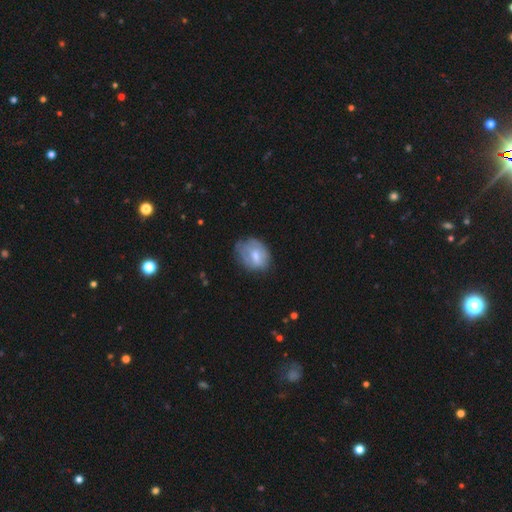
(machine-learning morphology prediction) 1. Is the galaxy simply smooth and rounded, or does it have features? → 57% smooth, 37% featured or disk, 7% star or artifact.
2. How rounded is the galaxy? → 62% in between, 36% round, 1% cigar-shaped.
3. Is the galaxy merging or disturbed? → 50% none, 35% minor disturbance, 13% major disturbance, 2% merger.